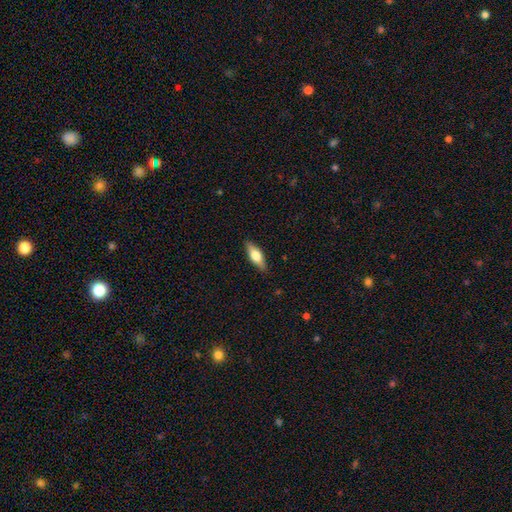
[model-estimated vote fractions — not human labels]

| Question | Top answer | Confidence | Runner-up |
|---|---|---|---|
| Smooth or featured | smooth | 57% | featured or disk (37%) |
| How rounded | in between | 61% | cigar-shaped (36%) |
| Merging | none | 88% | minor disturbance (9%) |